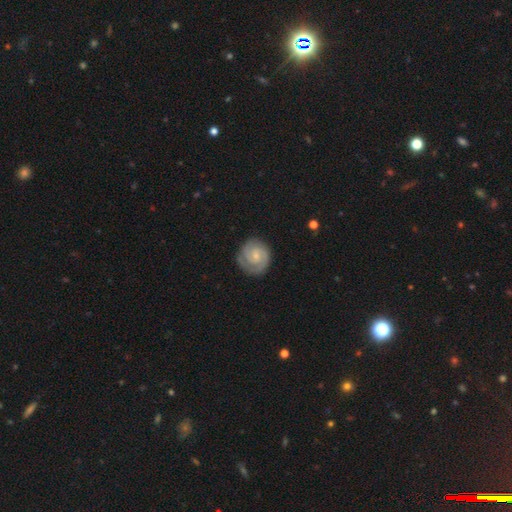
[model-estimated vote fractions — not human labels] This appears to be a featured or disk galaxy (79%) with no bar (61%), 2 (61%) tight (68%) spiral arms (96%) and a small central bulge (67%). Merging: none (80%).